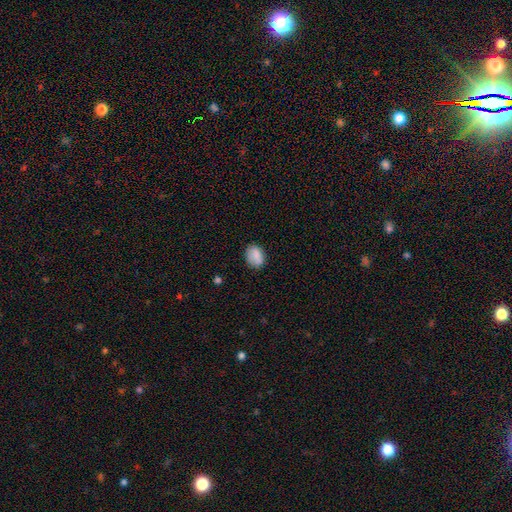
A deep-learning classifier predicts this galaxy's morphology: This appears to be a smooth galaxy with no disk features (83%) that is in between round and cigar-shaped (71%). Merging: none (72%).